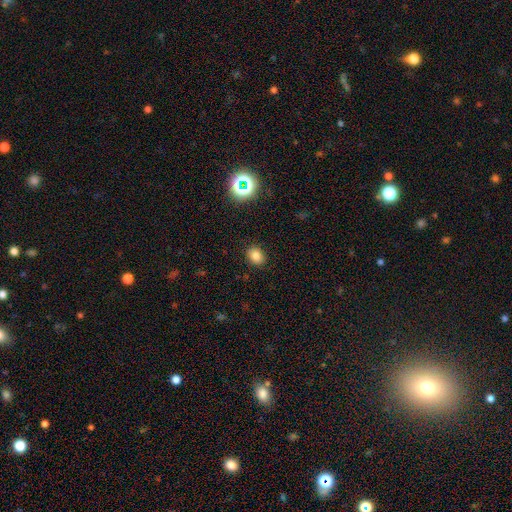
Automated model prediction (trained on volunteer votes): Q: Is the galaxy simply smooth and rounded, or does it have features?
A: smooth — 80%.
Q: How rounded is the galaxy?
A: in between — 52%.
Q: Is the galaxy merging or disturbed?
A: none — 89%.